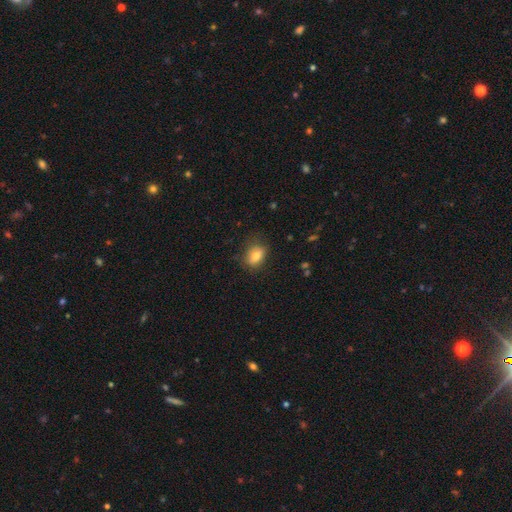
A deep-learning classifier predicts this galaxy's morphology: Overall: smooth (81%). How rounded: in between (74%). Merging: none (75%).